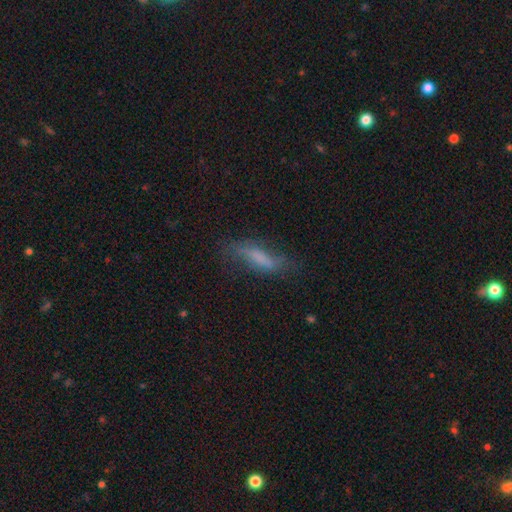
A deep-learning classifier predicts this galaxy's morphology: Smooth or featured?
  - smooth: 54% *
  - featured or disk: 35%
  - star or artifact: 11%
How rounded?
  - cigar-shaped: 62% *
  - in between: 36%
  - round: 3%
Merging?
  - none: 61% *
  - minor disturbance: 25%
  - major disturbance: 13%
  - merger: 2%